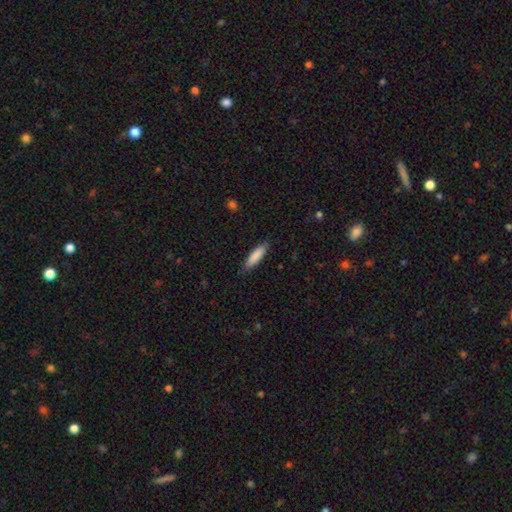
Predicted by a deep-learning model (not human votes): A smooth galaxy with no disk features (86%) that is cigar-shaped (67%). Merging: none (84%).